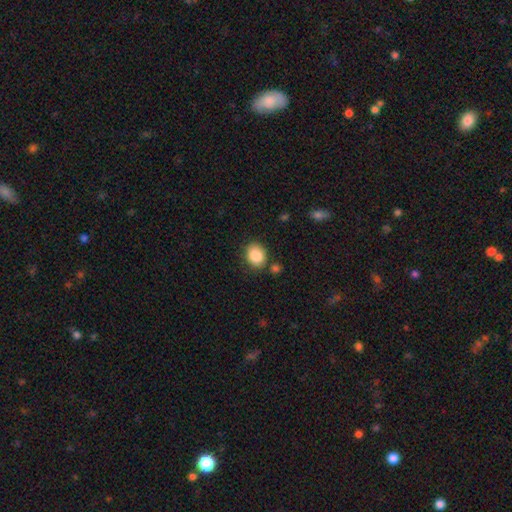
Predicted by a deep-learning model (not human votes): smooth_or_featured: smooth (p=0.87) [alt: star or artifact p=0.08]
how_rounded: round (p=0.52) [alt: in between p=0.47]
merging: none (p=0.77) [alt: minor disturbance p=0.14]